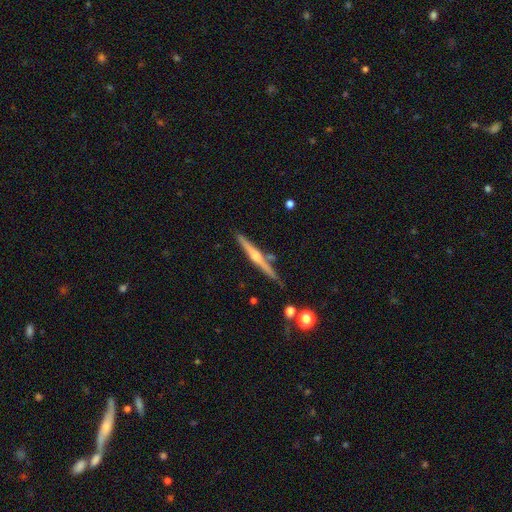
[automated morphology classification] Smooth or featured? featured or disk (72%)
Edge-on disk? yes (98%)
Edge-on bulge? rounded (82%)
Merging? none (81%)